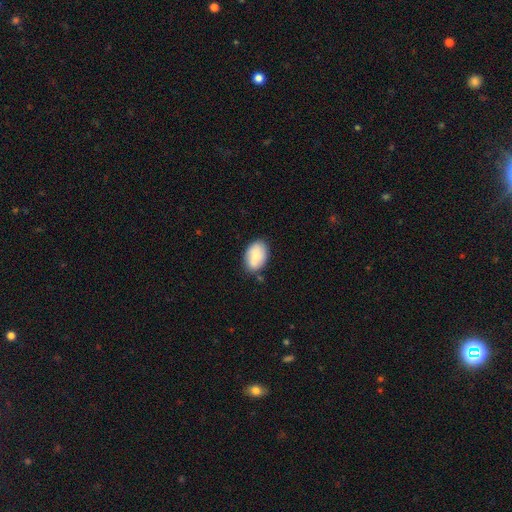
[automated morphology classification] A smooth galaxy with no disk features (79%) that is in between round and cigar-shaped (88%).

Vote fractions:
- Smooth or featured? smooth: 79% / featured or disk: 14% / star or artifact: 7%
- How rounded? in between: 88% / round: 11% / cigar-shaped: 1%
- Merging? none: 74% / minor disturbance: 19% / major disturbance: 4% / merger: 4%